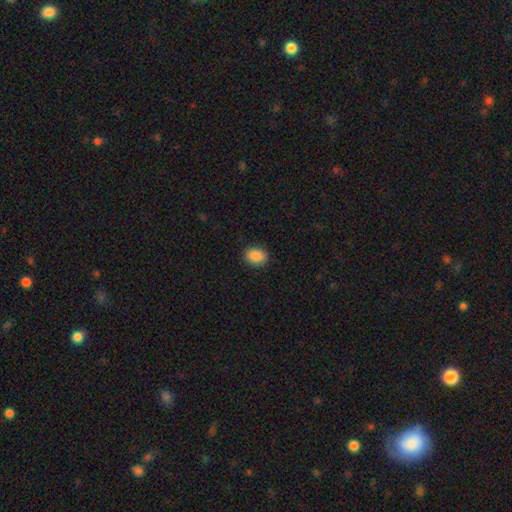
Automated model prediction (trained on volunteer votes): Q: Smooth or featured?
A: smooth (89%); runner-up: star or artifact (8%)
Q: How rounded?
A: in between (60%); runner-up: round (39%)
Q: Merging?
A: none (89%); runner-up: minor disturbance (8%)